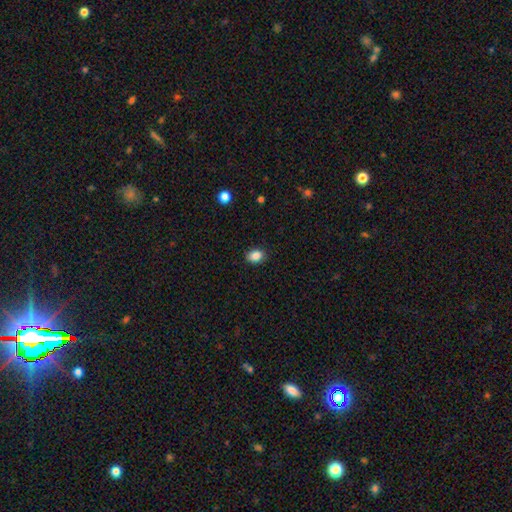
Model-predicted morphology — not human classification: Smooth or featured: smooth — 87% (star or artifact — 10%)
How rounded: in between — 68% (round — 31%)
Merging: none — 87% (minor disturbance — 10%)